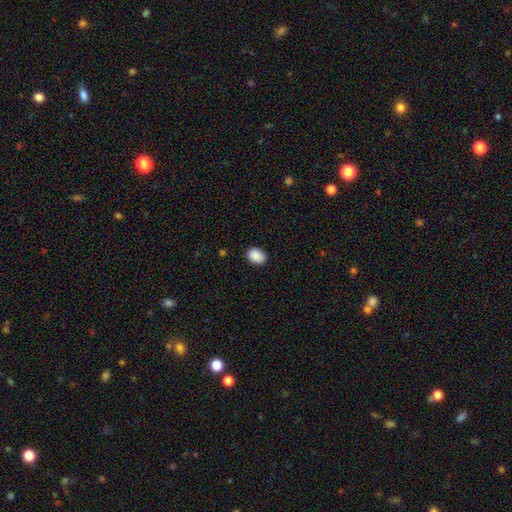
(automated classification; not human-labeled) Smooth or featured? Predicted: smooth (p=0.90). How rounded? Predicted: in between (p=0.70). Merging? Predicted: none (p=0.88).